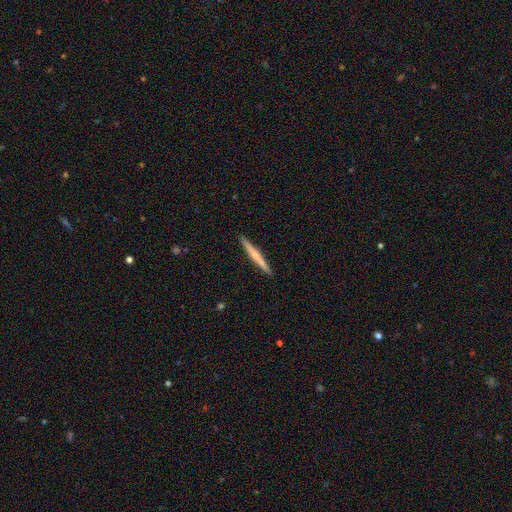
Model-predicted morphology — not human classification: featured or disk 50%, smooth 44%, star or artifact 5%. Down the decision tree: edge-on disk — yes (98%); merging — none (93%).